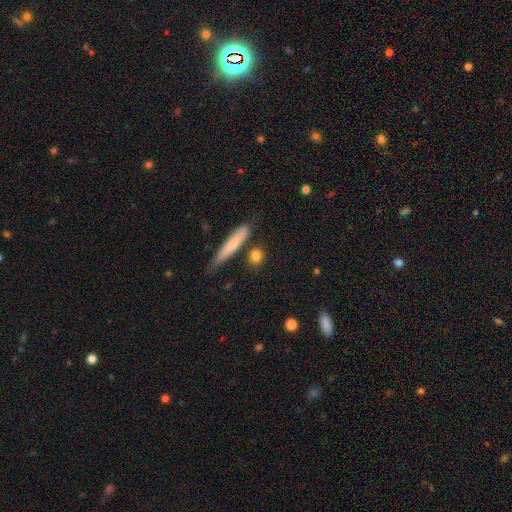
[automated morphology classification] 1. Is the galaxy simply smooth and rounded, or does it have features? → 82% smooth, 11% featured or disk, 8% star or artifact.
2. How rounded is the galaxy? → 50% round, 29% cigar-shaped, 21% in between.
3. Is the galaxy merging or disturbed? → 76% none, 12% minor disturbance, 8% merger, 4% major disturbance.